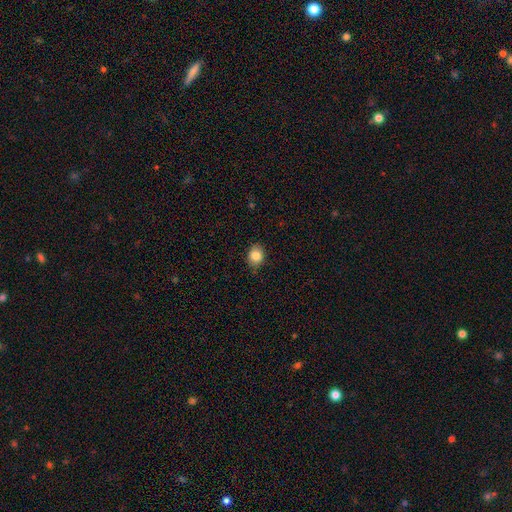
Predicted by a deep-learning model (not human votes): Smooth or featured: smooth — 84% (star or artifact — 9%)
How rounded: in between — 52% (round — 47%)
Merging: none — 84% (minor disturbance — 12%)